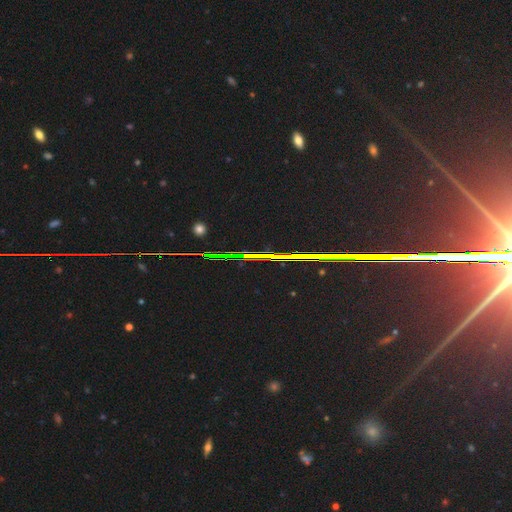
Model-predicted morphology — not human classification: A star or artifact, not a galaxy (84%).

Vote fractions:
- Smooth or featured? star or artifact: 84% / featured or disk: 9% / smooth: 7%